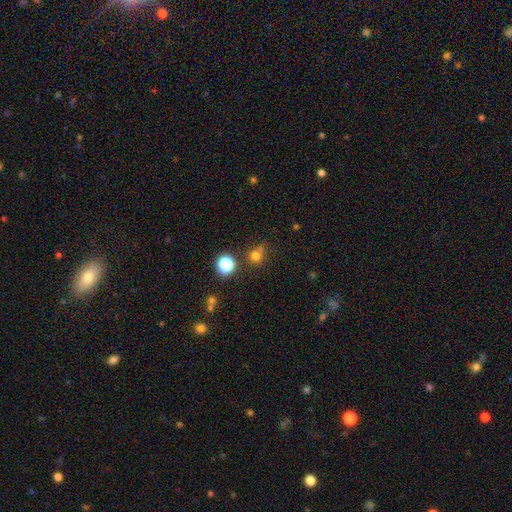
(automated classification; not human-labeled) Smooth or featured? smooth (72%)
How rounded? round (89%)
Merging? none (69%)